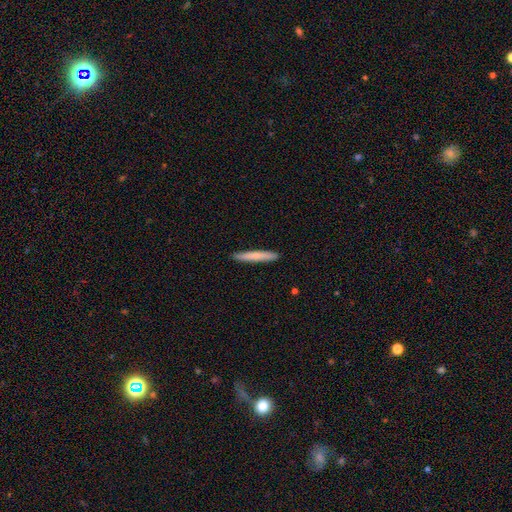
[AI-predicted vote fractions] A smooth galaxy with no disk features (72%) that is cigar-shaped (96%). Merging: none (91%).